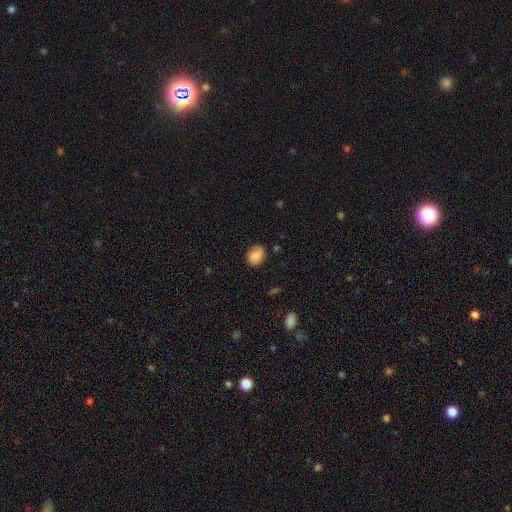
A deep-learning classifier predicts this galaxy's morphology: Smooth or featured? smooth (79%)
How rounded? in between (64%)
Merging? none (81%)